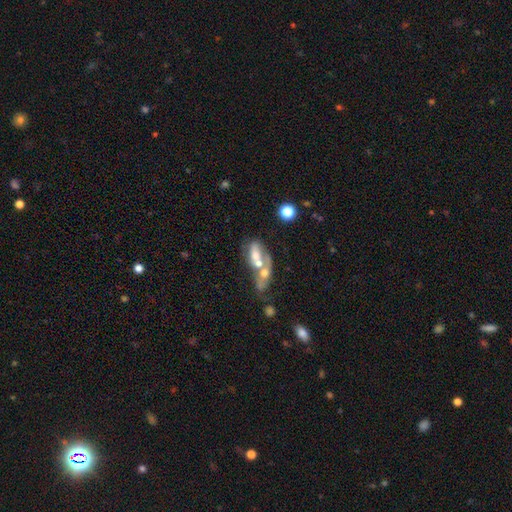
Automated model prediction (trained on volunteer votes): featured or disk 45%, smooth 44%, star or artifact 11%. Down the decision tree: merging — merger (66%).